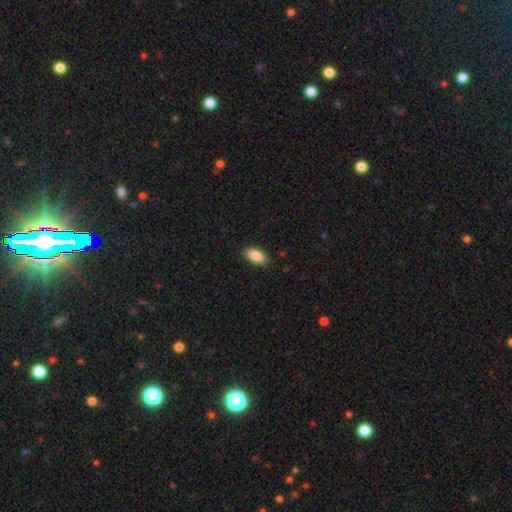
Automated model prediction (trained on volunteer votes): A smooth galaxy with no disk features (89%) that is in between round and cigar-shaped (93%). Merging: none (87%).